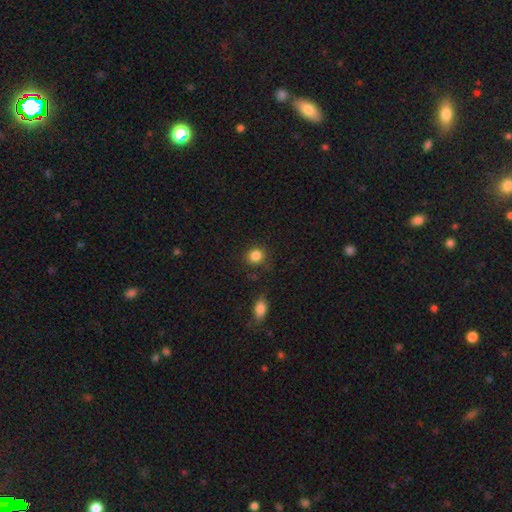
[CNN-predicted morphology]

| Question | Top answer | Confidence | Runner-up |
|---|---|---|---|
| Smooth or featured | smooth | 86% | star or artifact (10%) |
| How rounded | round | 83% | in between (16%) |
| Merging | none | 82% | minor disturbance (11%) |